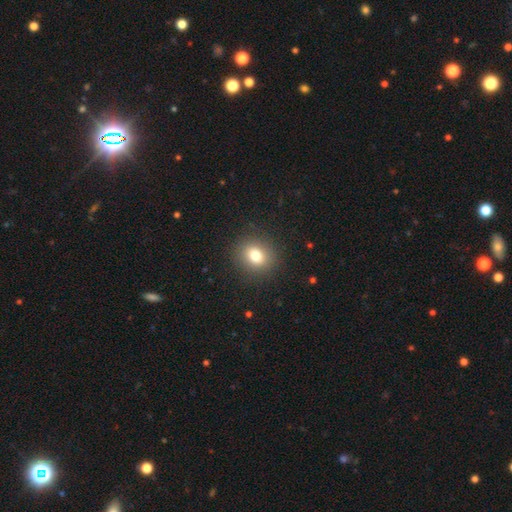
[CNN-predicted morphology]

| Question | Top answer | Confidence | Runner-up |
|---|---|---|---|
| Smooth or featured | smooth | 78% | star or artifact (12%) |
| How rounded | round | 72% | in between (27%) |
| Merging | none | 88% | minor disturbance (8%) |